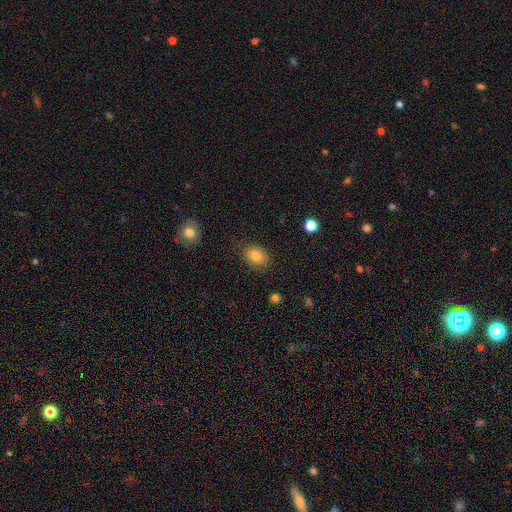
Smooth or featured? 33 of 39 (85%) said smooth. How rounded? 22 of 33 (67%) said in between. Merging? 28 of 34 (82%) said none.